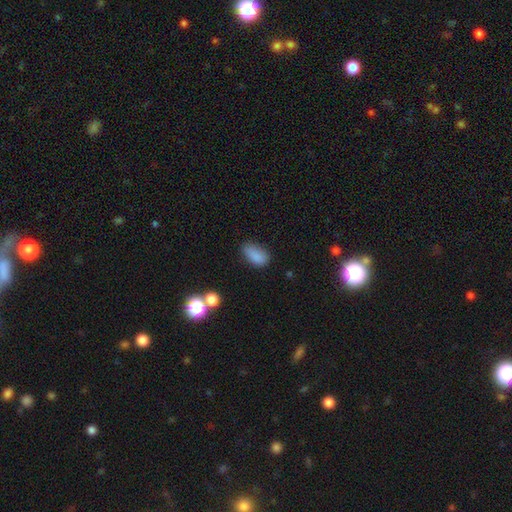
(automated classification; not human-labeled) A smooth galaxy with no disk features (84%) that is in between round and cigar-shaped (90%).

Vote fractions:
- Smooth or featured? smooth: 84% / star or artifact: 11% / featured or disk: 6%
- How rounded? in between: 90% / round: 6% / cigar-shaped: 5%
- Merging? none: 65% / minor disturbance: 26% / major disturbance: 6% / merger: 3%